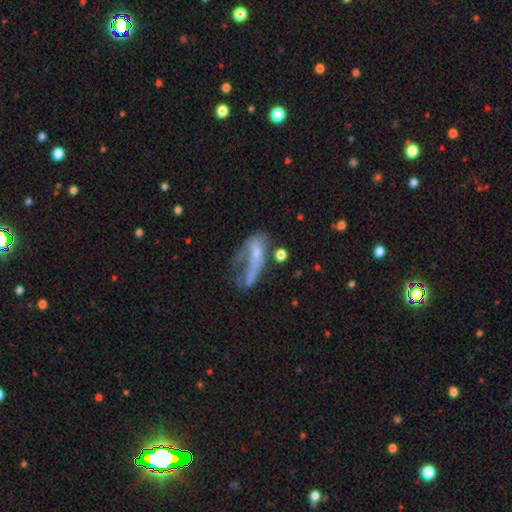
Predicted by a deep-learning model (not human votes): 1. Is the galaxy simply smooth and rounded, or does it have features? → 49% featured or disk, 40% smooth, 11% star or artifact.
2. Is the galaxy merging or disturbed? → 53% major disturbance, 19% none, 18% minor disturbance, 10% merger.